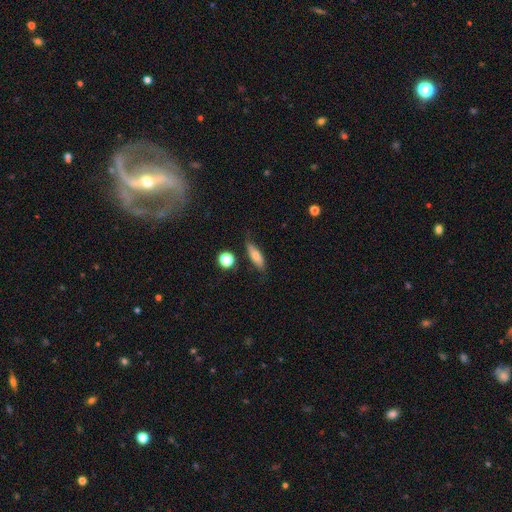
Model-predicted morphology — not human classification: smooth-or-featured: smooth: 68% | featured or disk: 23% | star or artifact: 8%
  how-rounded: in between: 49% | cigar-shaped: 47% | round: 4%
  merging: none: 72% | minor disturbance: 20% | major disturbance: 5% | merger: 3%